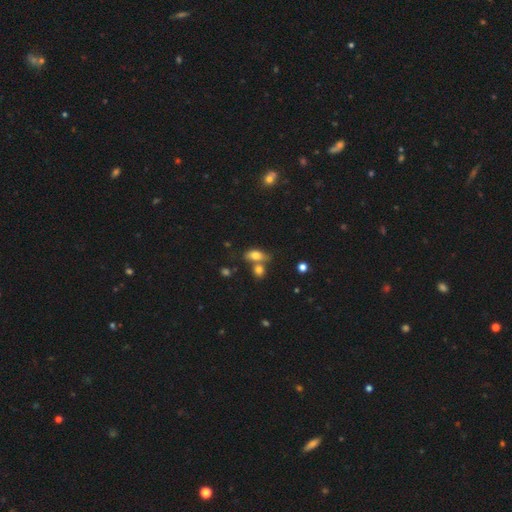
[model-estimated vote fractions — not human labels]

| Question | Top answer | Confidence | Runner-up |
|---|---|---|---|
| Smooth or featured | smooth | 76% | featured or disk (14%) |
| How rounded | in between | 81% | round (11%) |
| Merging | none | 49% | merger (33%) |